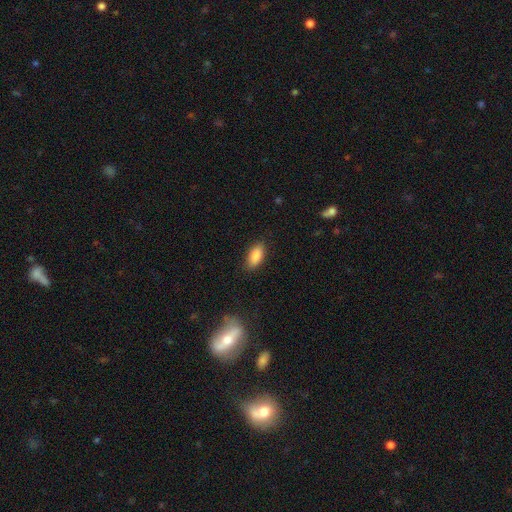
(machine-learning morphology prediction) This appears to be a smooth galaxy with no disk features (87%) that is in between round and cigar-shaped (90%). Merging: none (85%).